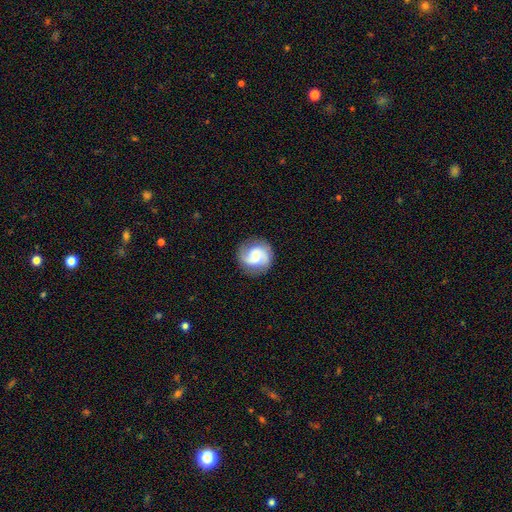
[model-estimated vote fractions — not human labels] smooth-or-featured: featured or disk: 70% | smooth: 24% | star or artifact: 7%
  disk-edge-on: no: 98% | yes: 2%
    bar: no: 44% (tied) | weak: 44% (tied) | strong: 12%
    has-spiral-arms: yes: 94% | no: 6%
      spiral-winding: medium: 46% | loose: 30% | tight: 24%
      spiral-arm-count: 2: 84% | can't tell: 6% | 1: 4% | 3: 3% | 4: 1% | more than 4: 1%
    bulge-size: moderate: 50% | small: 37% | large: 8% | none: 3% | dominant: 2%
  merging: none: 82% | minor disturbance: 12% | major disturbance: 4% | merger: 1%